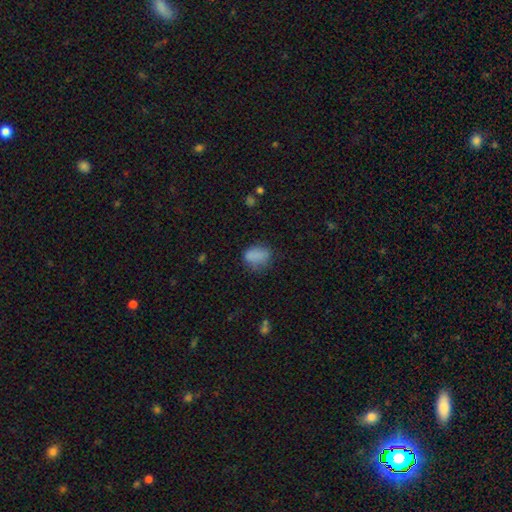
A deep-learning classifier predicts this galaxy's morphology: Overall: smooth (80%). How rounded: in between (67%; round 31%). Merging: none (57%; minor disturbance 27%).